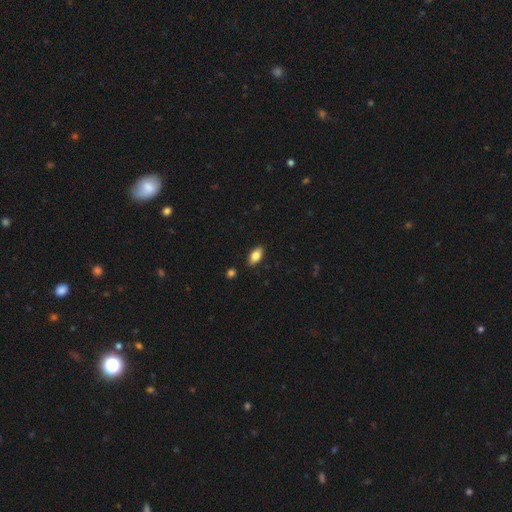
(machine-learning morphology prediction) Smooth or featured: smooth — 83% (featured or disk — 10%)
How rounded: in between — 91% (cigar-shaped — 6%)
Merging: none — 87% (minor disturbance — 9%)